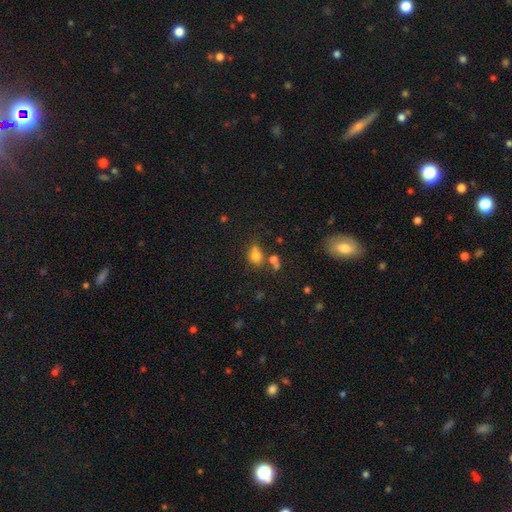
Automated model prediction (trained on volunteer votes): smooth_or_featured: smooth (p=0.74) [alt: star or artifact p=0.16]
how_rounded: in between (p=0.54) [alt: round p=0.44]
merging: none (p=0.49) [alt: merger p=0.26]